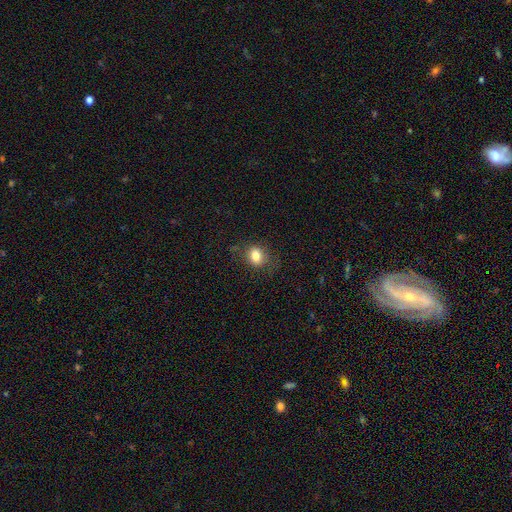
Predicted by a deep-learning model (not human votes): Morphology: type=smooth (81%); roundness=in between (60%); merging=none (74%).